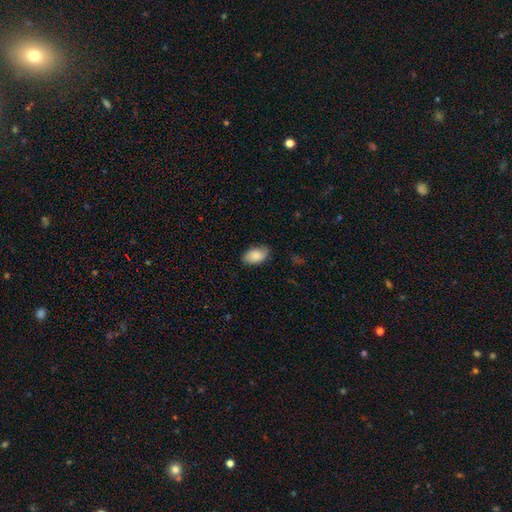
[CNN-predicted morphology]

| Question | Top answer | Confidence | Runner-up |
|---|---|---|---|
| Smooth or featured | smooth | 85% | featured or disk (8%) |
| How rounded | in between | 93% | round (6%) |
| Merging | none | 79% | minor disturbance (17%) |